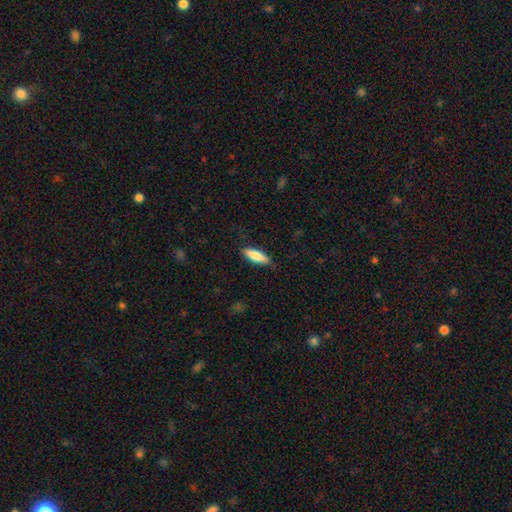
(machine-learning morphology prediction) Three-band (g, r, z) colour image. It shows a smooth galaxy with no disk features (82%) that is in between round and cigar-shaped (54%). Merging: none (81%).